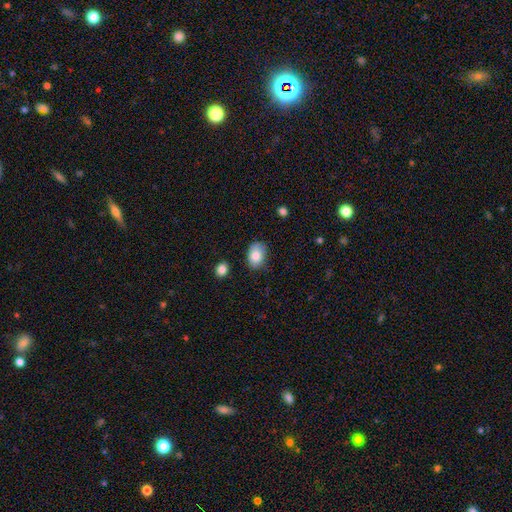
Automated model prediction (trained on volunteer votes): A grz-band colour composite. It shows a smooth galaxy with no disk features (83%) that is in between round and cigar-shaped (80%). Merging: none (72%).